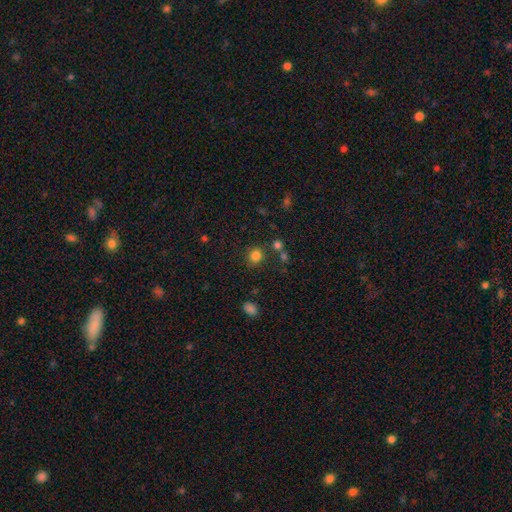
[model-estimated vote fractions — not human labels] Morphology: type=smooth (81%); roundness=round (82%); merging=none (79%).